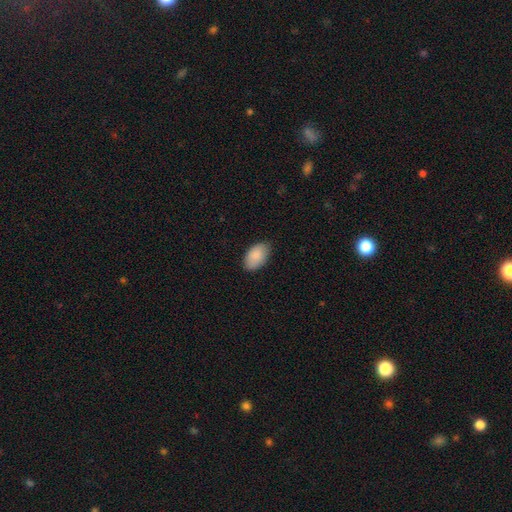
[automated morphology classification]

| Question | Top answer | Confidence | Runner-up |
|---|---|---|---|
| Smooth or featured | smooth | 89% | star or artifact (6%) |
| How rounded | in between | 94% | round (5%) |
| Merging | none | 82% | minor disturbance (14%) |